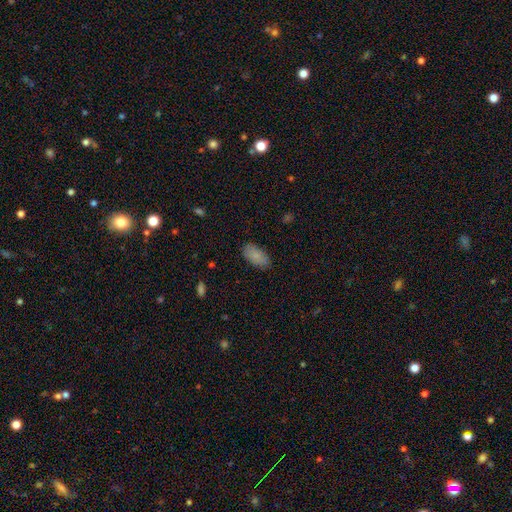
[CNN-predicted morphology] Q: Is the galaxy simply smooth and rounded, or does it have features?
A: smooth — 85%.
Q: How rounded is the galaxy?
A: in between — 93%.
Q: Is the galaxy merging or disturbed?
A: none — 85%.